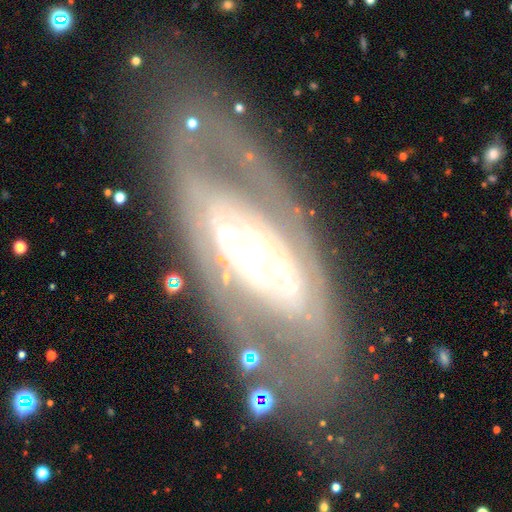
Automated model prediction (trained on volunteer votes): Smooth or featured? Predicted: featured or disk (p=0.81). Edge-on disk? Predicted: no (p=0.84). Bar? Predicted: no (p=0.49). Spiral arms? Predicted: yes (p=0.59). Bulge size? Predicted: moderate (p=0.51). Merging? Predicted: none (p=0.68).